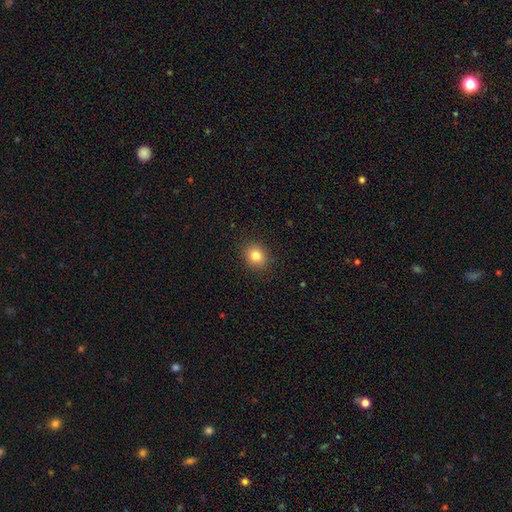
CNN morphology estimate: smooth-or-featured: smooth: 81% | star or artifact: 11% | featured or disk: 8%
  how-rounded: round: 67% | in between: 32% | cigar-shaped: 1%
  merging: none: 90% | minor disturbance: 7% | major disturbance: 2% | merger: 1%